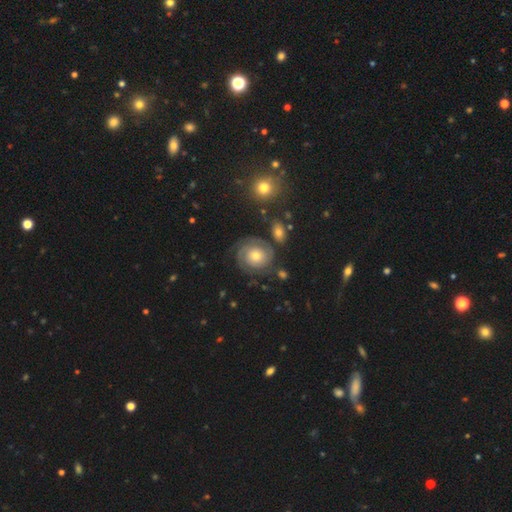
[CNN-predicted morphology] Smooth or featured: featured or disk — 75% (smooth — 17%)
Edge-on disk: no — 98% (yes — 2%)
Bar: no — 82% (weak — 15%)
Spiral arms: yes — 94% (no — 6%)
Spiral winding: tight — 78% (medium — 17%)
Spiral arm count: 2 — 38% (can't tell — 28%)
Bulge size: moderate — 59% (small — 30%)
Merging: none — 74% (minor disturbance — 14%)